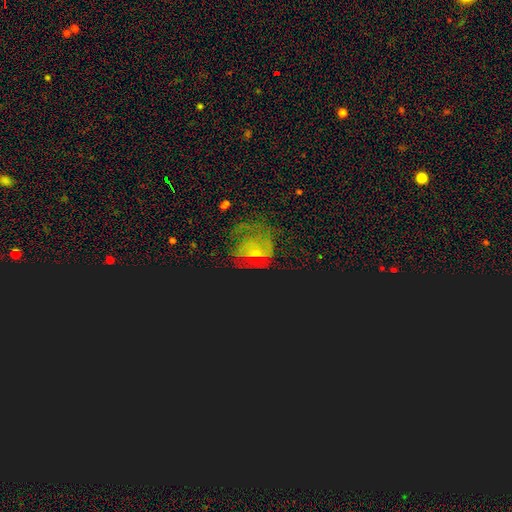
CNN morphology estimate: type=star or artifact (49%).